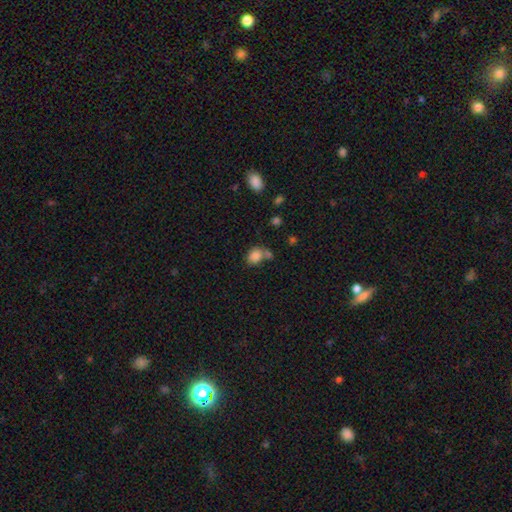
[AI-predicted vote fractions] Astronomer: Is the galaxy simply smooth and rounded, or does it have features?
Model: smooth — 83%.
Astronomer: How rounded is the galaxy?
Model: in between — 54% (runner-up: round, 45%).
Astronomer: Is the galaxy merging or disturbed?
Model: none — 48% (runner-up: merger, 30%).